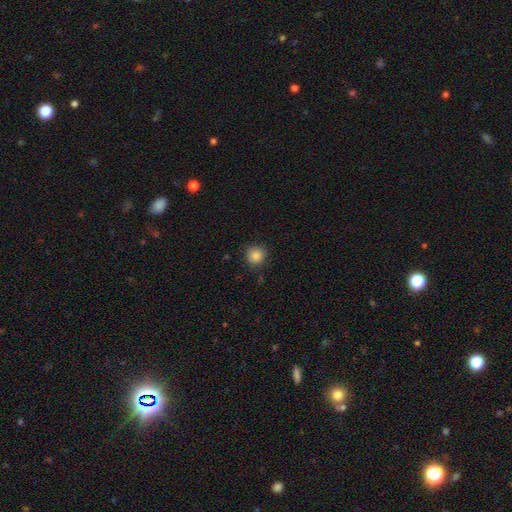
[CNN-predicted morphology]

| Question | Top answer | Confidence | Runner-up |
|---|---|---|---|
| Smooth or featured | smooth | 85% | star or artifact (10%) |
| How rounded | round | 92% | in between (7%) |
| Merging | none | 87% | minor disturbance (9%) |